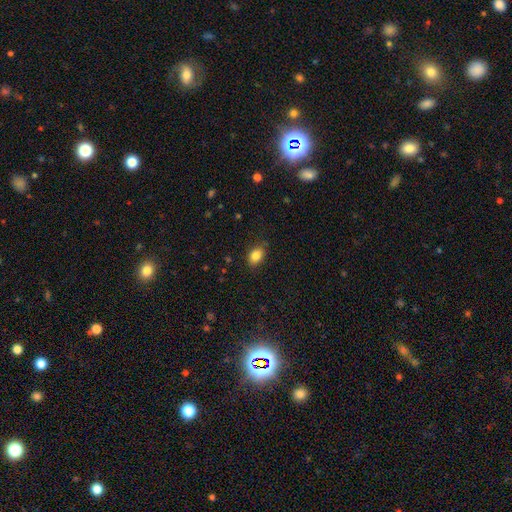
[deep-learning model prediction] smooth 84%, star or artifact 9%, featured or disk 6%. Down the decision tree: how rounded — in between (76%); merging — none (83%).